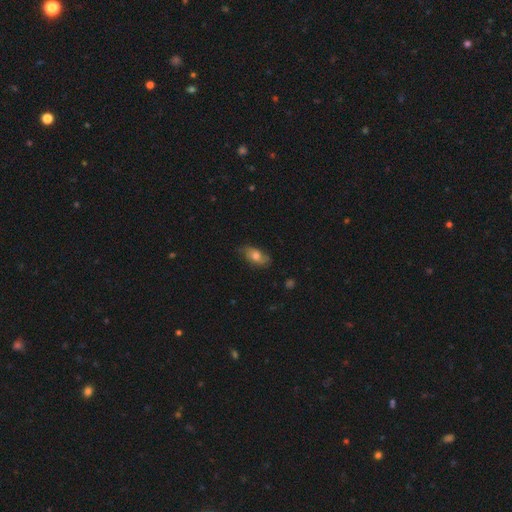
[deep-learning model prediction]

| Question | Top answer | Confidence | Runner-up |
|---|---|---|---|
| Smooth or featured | smooth | 57% | featured or disk (35%) |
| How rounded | in between | 87% | round (8%) |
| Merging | none | 72% | minor disturbance (21%) |